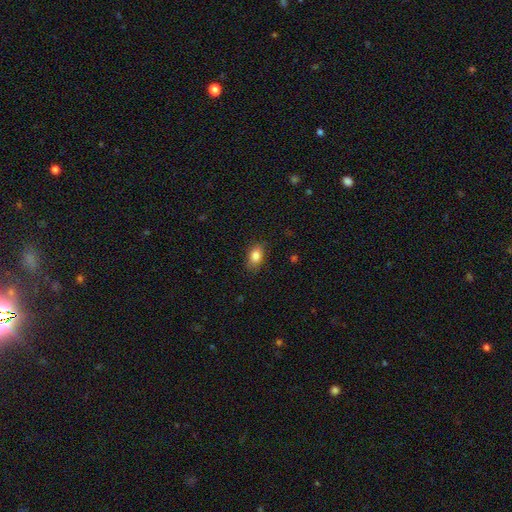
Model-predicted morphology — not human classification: smooth-or-featured: smooth: 84% | star or artifact: 9% | featured or disk: 7%
  how-rounded: in between: 84% | round: 13% | cigar-shaped: 3%
  merging: none: 79% | minor disturbance: 16% | major disturbance: 4% | merger: 1%